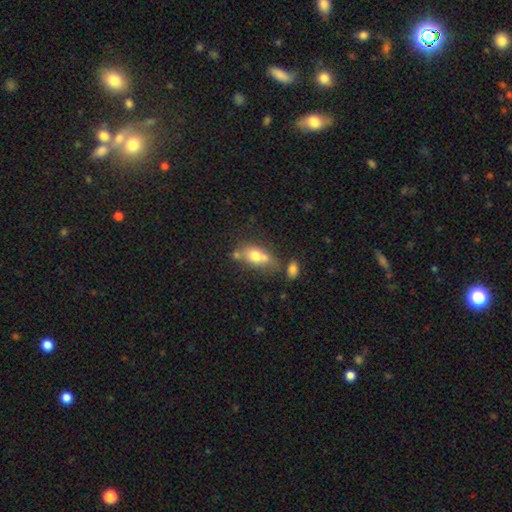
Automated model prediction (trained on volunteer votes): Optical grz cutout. It shows a smooth galaxy with no disk features (70%) that is in between round and cigar-shaped (69%). Merging: merger (39%).